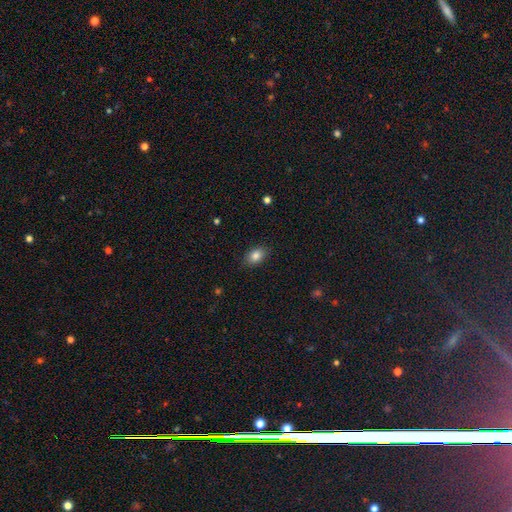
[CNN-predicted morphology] Smooth or featured? Predicted: smooth (p=0.84). How rounded? Predicted: in between (p=0.83). Merging? Predicted: none (p=0.88).